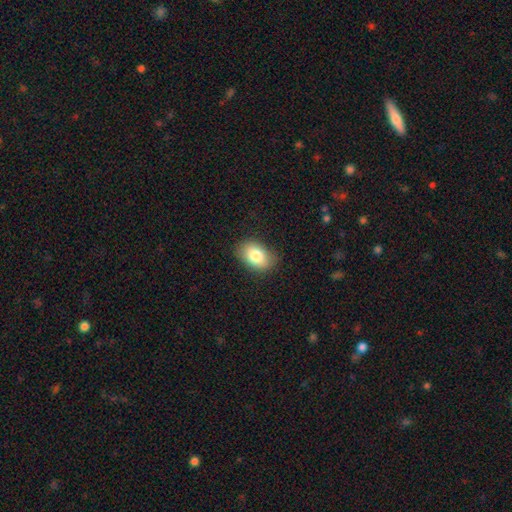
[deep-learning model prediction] Smooth or featured? Predicted: smooth (p=0.82). How rounded? Predicted: in between (p=0.86). Merging? Predicted: none (p=0.82).